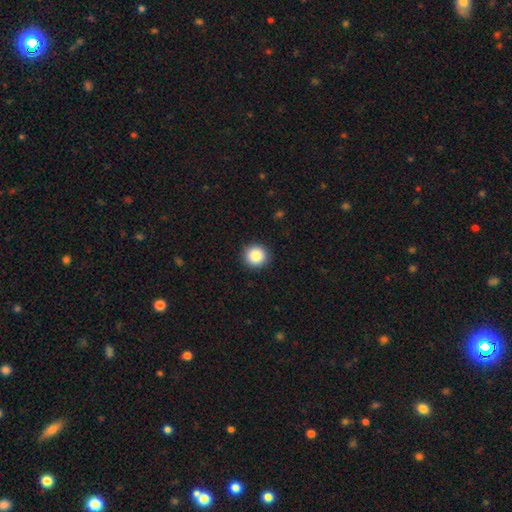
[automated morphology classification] smooth_or_featured: smooth (p=0.87) [alt: star or artifact p=0.09]
how_rounded: round (p=0.95) [alt: in between p=0.04]
merging: none (p=0.92) [alt: minor disturbance p=0.05]